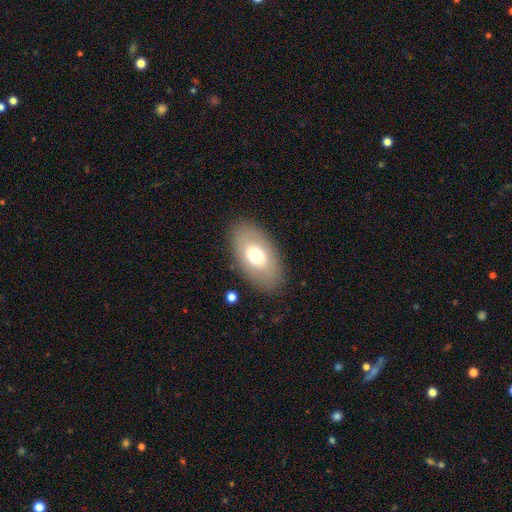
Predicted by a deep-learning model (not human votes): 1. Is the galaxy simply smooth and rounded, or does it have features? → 65% smooth, 27% featured or disk, 8% star or artifact.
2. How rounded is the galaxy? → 92% in between, 6% round, 2% cigar-shaped.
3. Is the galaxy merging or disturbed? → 85% none, 10% minor disturbance, 4% major disturbance, 1% merger.